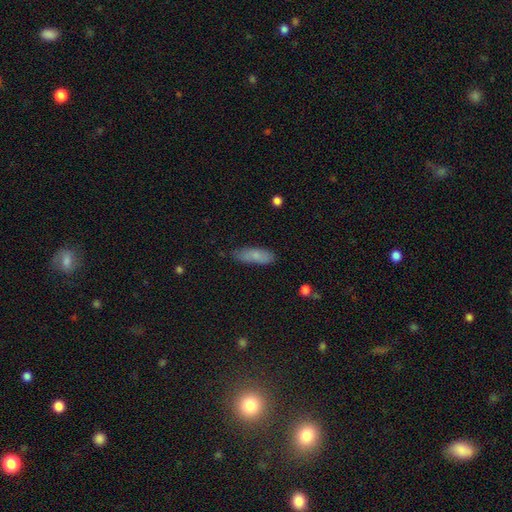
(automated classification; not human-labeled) smooth-or-featured: smooth: 78% | featured or disk: 15% | star or artifact: 7%
  how-rounded: in between: 56% | cigar-shaped: 42% | round: 2%
  merging: none: 71% | minor disturbance: 22% | major disturbance: 5% | merger: 2%